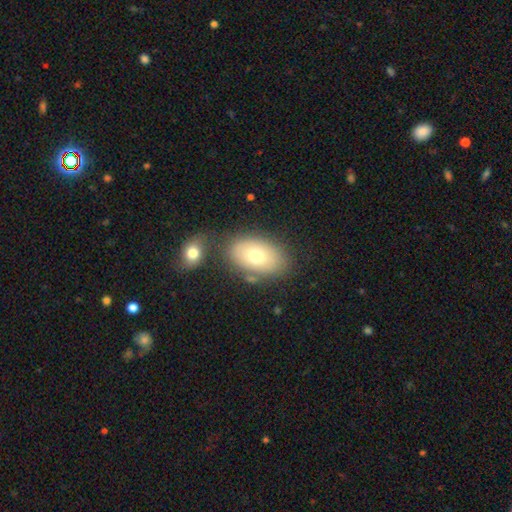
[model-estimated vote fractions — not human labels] The model was most divided on "smooth or featured": smooth: 72%, featured or disk: 20%, star or artifact: 8%. More confident: how rounded — in between (88%); merging — none (67%).